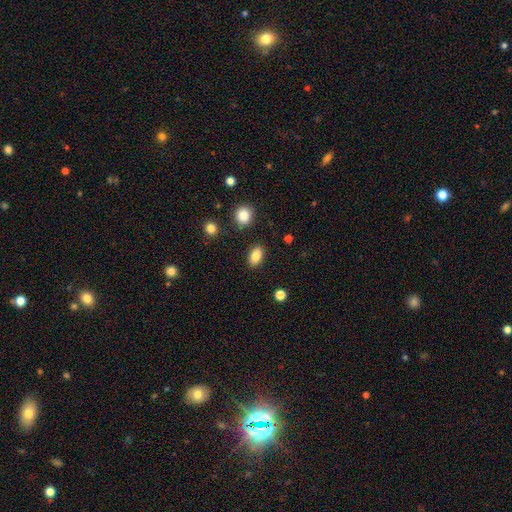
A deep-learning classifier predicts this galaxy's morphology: smooth 86%, star or artifact 9%, featured or disk 5%. Down the decision tree: how rounded — in between (87%); merging — none (87%).